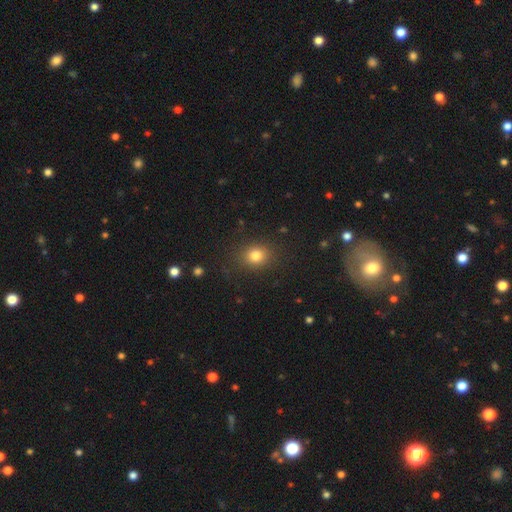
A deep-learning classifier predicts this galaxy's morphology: Smooth or featured?
  - smooth: 80% *
  - star or artifact: 13%
  - featured or disk: 7%
How rounded?
  - round: 70% *
  - in between: 29%
  - cigar-shaped: 1%
Merging?
  - none: 86% *
  - minor disturbance: 9%
  - major disturbance: 4%
  - merger: 1%